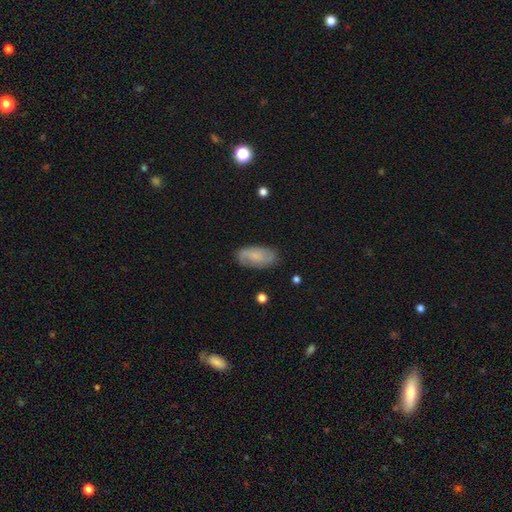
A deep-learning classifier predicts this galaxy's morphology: Overall: smooth (47%; featured or disk 45%). Merging: none (78%).